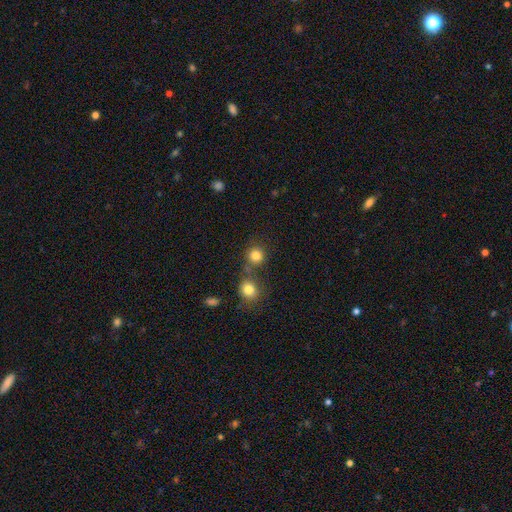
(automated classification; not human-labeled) This appears to be a smooth galaxy with no disk features (82%) that is round (90%). Merging: none (67%).